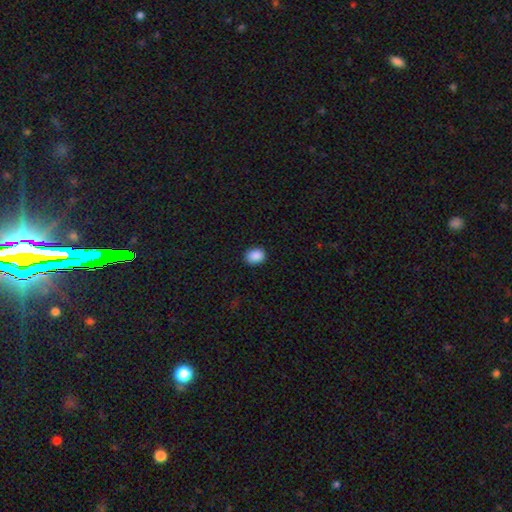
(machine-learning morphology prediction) This is clearly a smooth galaxy (89%). How rounded: possibly in between (50%). Merging: clearly none (88%).